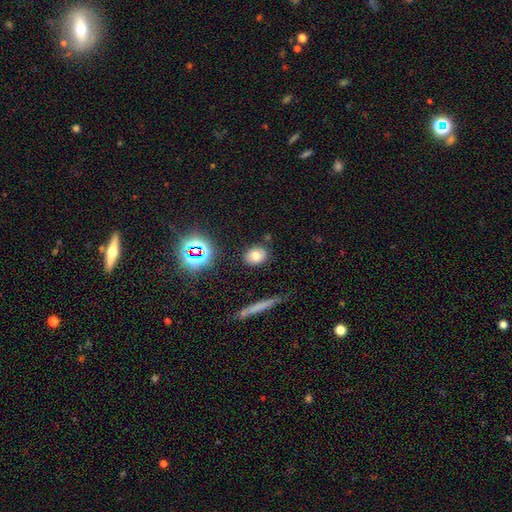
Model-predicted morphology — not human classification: Smooth or featured? smooth (73%)
How rounded? in between (54%)
Merging? none (84%)